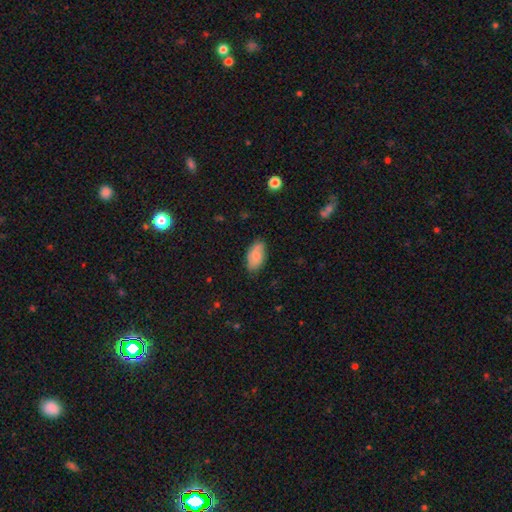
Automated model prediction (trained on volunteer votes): This is likely a smooth galaxy (72%). How rounded: clearly in between (93%). Merging: likely none (78%).